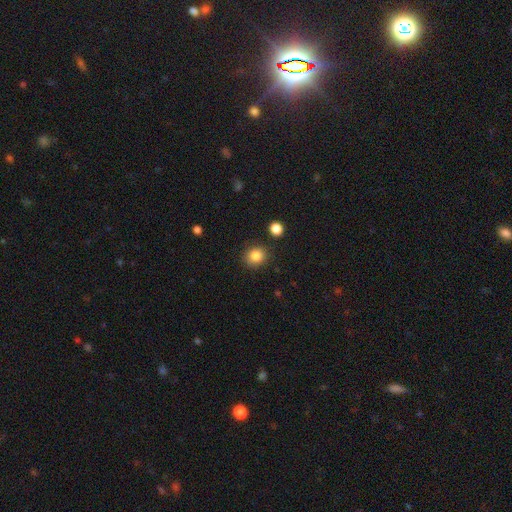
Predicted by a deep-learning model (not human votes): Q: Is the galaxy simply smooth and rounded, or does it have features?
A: smooth — 84%.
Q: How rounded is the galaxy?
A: round — 79%.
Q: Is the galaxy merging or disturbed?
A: none — 87%.